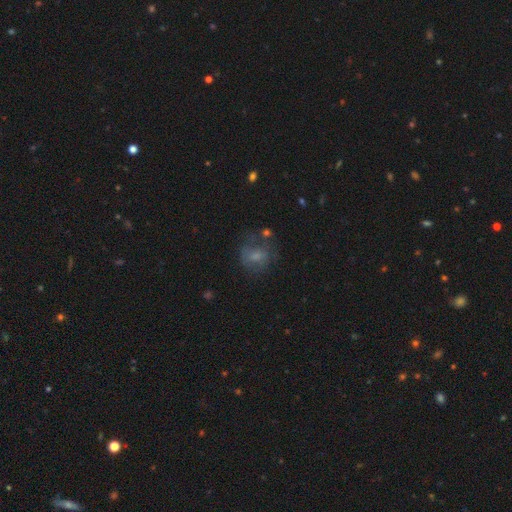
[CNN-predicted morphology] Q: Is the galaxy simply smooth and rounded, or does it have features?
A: smooth — 58%.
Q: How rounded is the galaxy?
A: round — 60%.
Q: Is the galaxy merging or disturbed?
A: none — 51%.